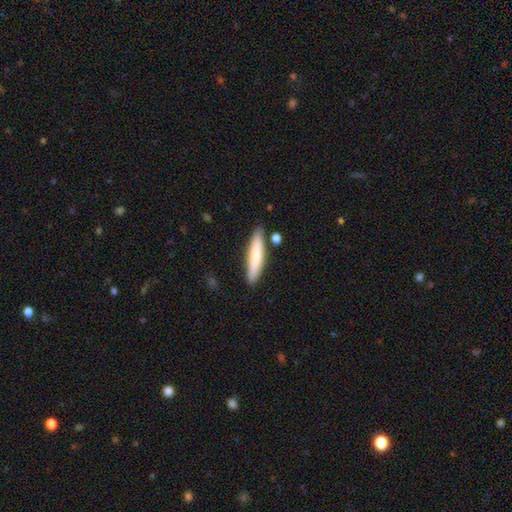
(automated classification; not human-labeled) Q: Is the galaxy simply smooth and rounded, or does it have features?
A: smooth — 72%.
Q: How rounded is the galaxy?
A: cigar-shaped — 85%.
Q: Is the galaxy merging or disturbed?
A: none — 82%.